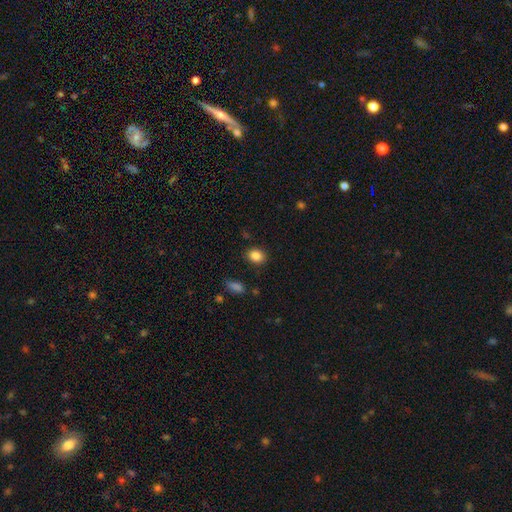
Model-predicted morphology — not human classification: type=smooth (86%); roundness=round (50%); merging=none (86%).